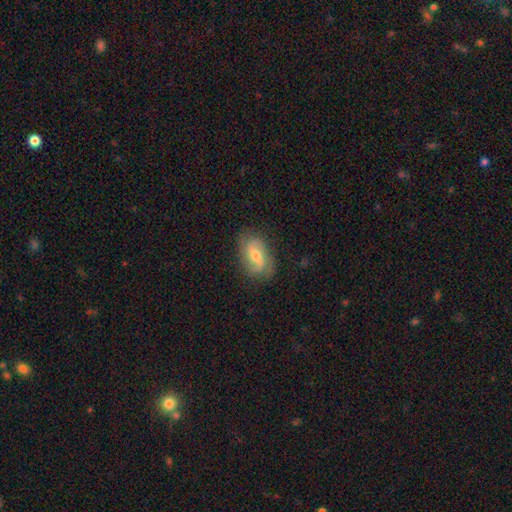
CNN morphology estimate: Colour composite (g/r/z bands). It shows a featured or disk galaxy (66%) with a weak bar (48%), 2 (79%) loose (43%) spiral arms (90%) and a moderate central bulge (63%). Merging: none (76%).